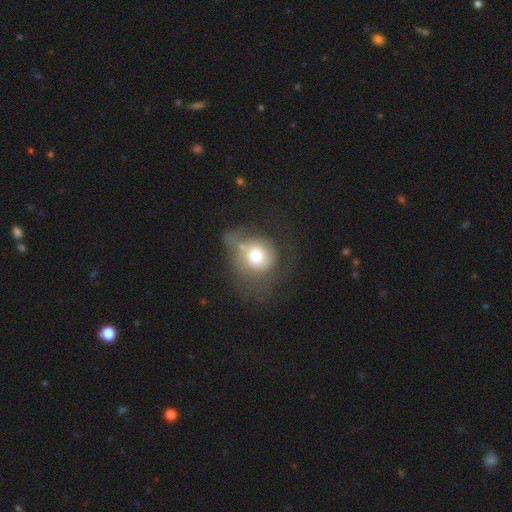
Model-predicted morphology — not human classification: smooth_or_featured: smooth (p=0.66) [alt: featured or disk p=0.24]
how_rounded: round (p=0.83) [alt: in between p=0.16]
merging: none (p=0.31) [alt: major disturbance p=0.30]